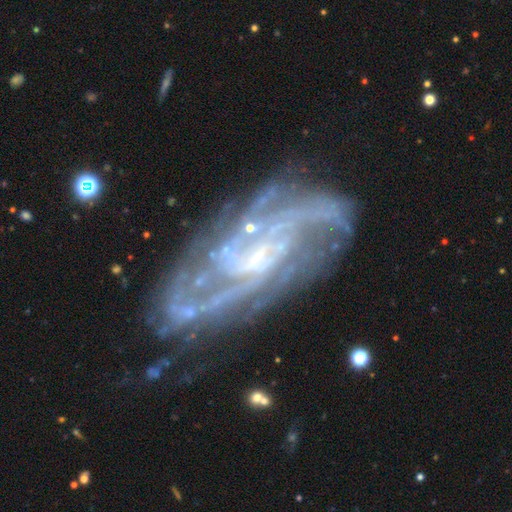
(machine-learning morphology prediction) A featured or disk galaxy (90%) with no bar (43%), 2 (28%) medium (46%) spiral arms (97%) and a small central bulge (59%).

Vote fractions:
- Smooth or featured? featured or disk: 90% / star or artifact: 6% / smooth: 4%
- Edge-on disk? no: 95% / yes: 5%
- Bar? no: 43% / weak: 41% / strong: 15%
- Spiral arms? yes: 97% / no: 3%
- Spiral winding? medium: 46% / tight: 39% / loose: 15%
- Spiral arm count? 2: 28% / 3: 21% / can't tell: 20% / 4: 14% / more than 4: 9% / 1: 8%
- Bulge size? small: 59% / moderate: 20% / none: 18% / large: 2% / dominant: 1%
- Merging? none: 70% / minor disturbance: 18% / major disturbance: 9% / merger: 2%